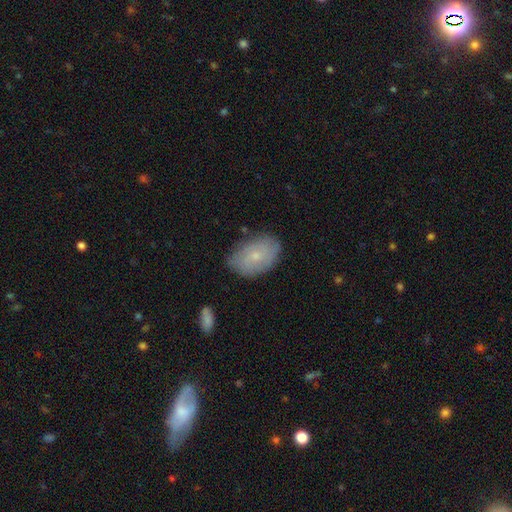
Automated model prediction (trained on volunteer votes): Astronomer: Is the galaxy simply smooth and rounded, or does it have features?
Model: smooth — 65%.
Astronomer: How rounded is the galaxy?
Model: in between — 87%.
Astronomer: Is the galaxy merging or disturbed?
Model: none — 77%.